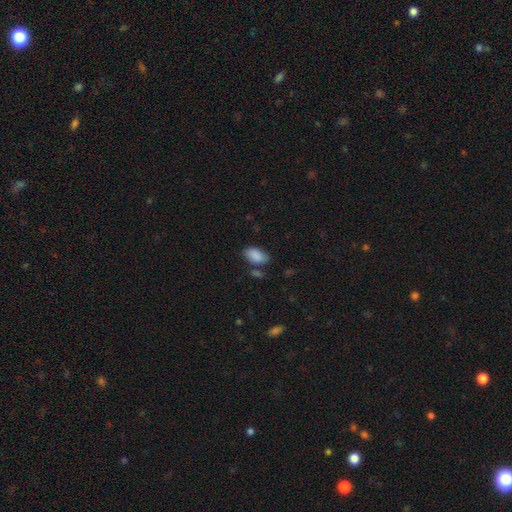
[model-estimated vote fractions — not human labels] Q: Smooth or featured?
A: smooth (88%); runner-up: star or artifact (7%)
Q: How rounded?
A: in between (93%); runner-up: round (6%)
Q: Merging?
A: none (70%); runner-up: minor disturbance (18%)